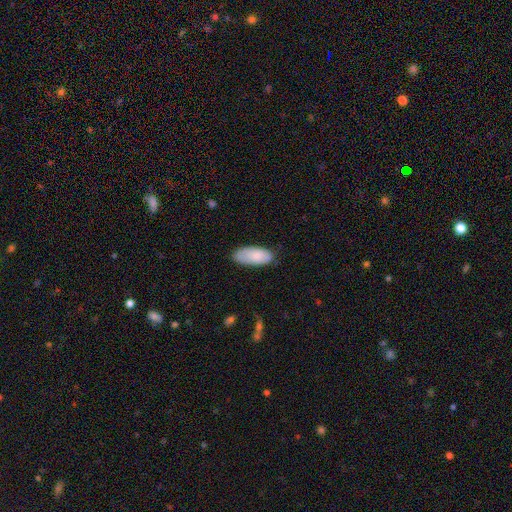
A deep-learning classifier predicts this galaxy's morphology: Smooth or featured?
  - smooth: 81% *
  - featured or disk: 13%
  - star or artifact: 6%
How rounded?
  - in between: 89% *
  - cigar-shaped: 9%
  - round: 2%
Merging?
  - none: 69% *
  - minor disturbance: 25%
  - major disturbance: 5%
  - merger: 2%